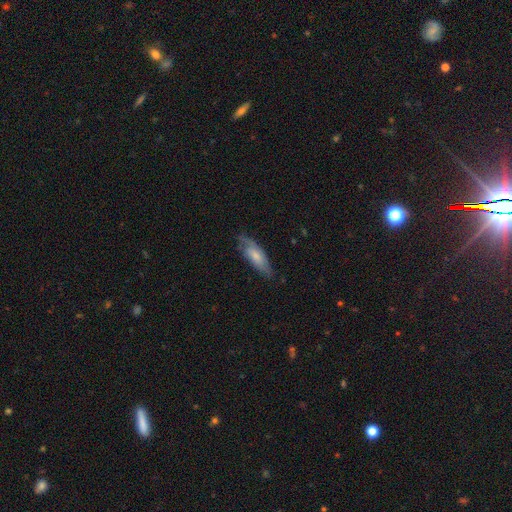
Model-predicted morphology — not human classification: smooth 53%, featured or disk 41%, star or artifact 6%. Down the decision tree: how rounded — in between (61%); merging — none (65%).